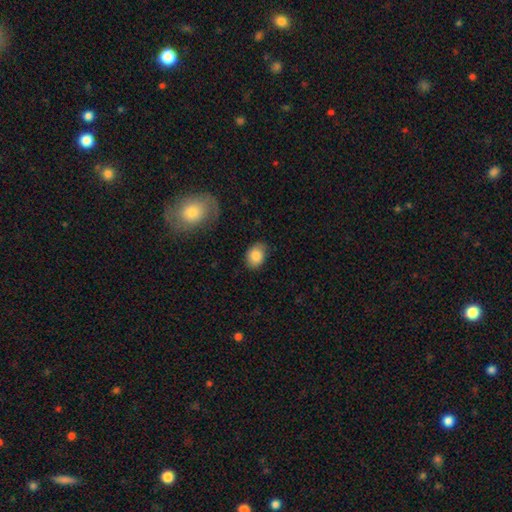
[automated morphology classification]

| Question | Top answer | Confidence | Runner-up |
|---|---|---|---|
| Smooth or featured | smooth | 85% | star or artifact (8%) |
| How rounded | in between | 73% | round (26%) |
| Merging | none | 80% | minor disturbance (15%) |